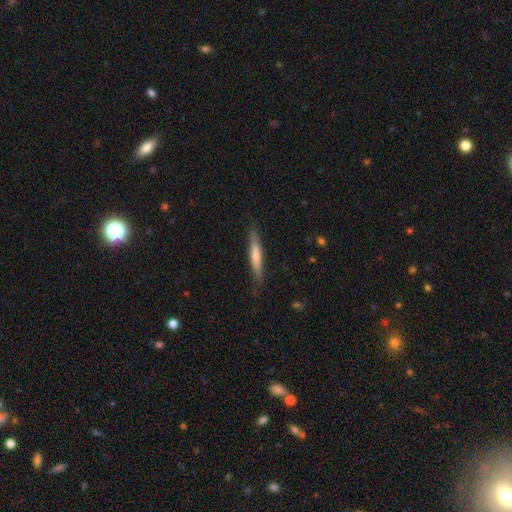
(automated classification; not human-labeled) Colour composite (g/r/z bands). It shows a smooth galaxy with no disk features (65%) that is cigar-shaped (93%). Merging: none (84%).